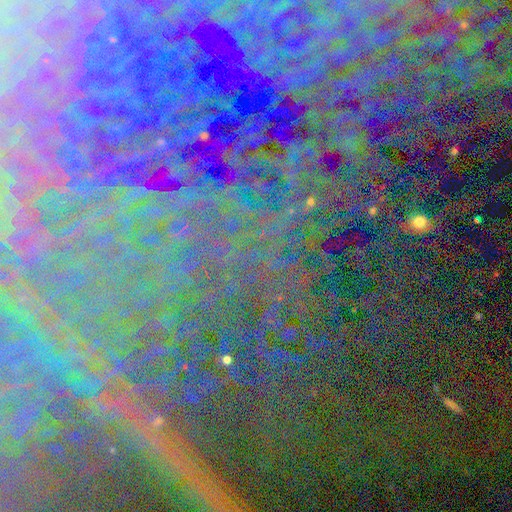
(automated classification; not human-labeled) A star or artifact, not a galaxy (83%).